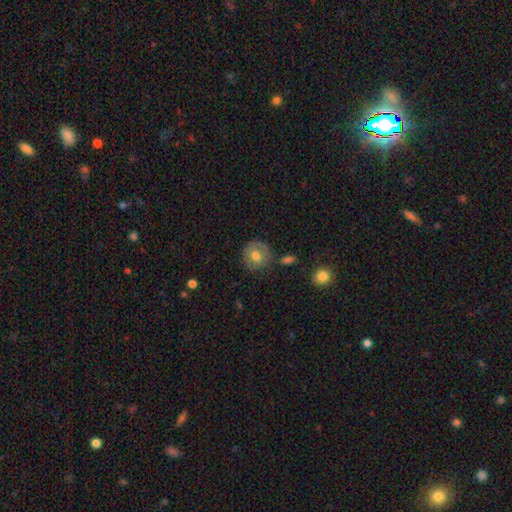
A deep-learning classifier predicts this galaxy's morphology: Smooth or featured? Predicted: smooth (p=0.68). How rounded? Predicted: round (p=0.87). Merging? Predicted: none (p=0.73).